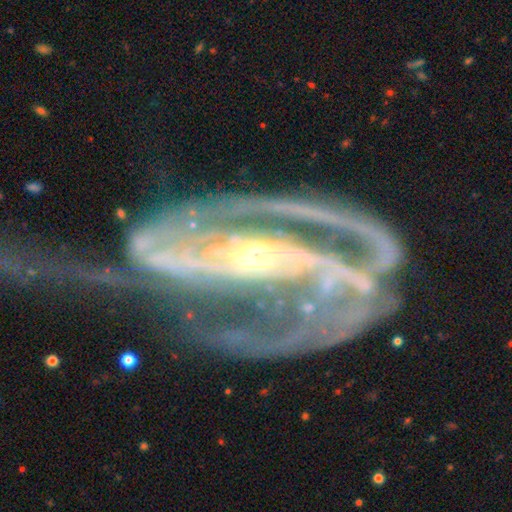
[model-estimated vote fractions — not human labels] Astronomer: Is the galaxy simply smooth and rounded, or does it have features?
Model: featured or disk — 91%.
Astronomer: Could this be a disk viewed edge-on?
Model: no — 95%.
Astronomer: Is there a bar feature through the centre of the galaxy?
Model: strong — 38% (runner-up: no, 31%).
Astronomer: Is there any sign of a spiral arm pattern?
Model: yes — 96%.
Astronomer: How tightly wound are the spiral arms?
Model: medium — 43% (runner-up: tight, 34%).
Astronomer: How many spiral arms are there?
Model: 2 — 47%.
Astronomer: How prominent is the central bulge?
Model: small — 58% (runner-up: moderate, 36%).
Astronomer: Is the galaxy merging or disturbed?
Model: none — 36% (runner-up: major disturbance, 35%).